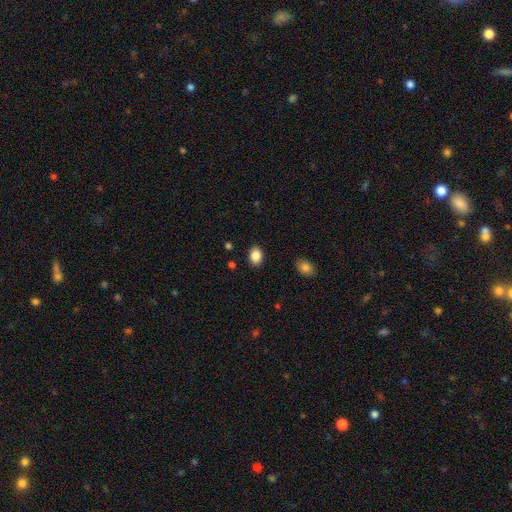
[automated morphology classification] A smooth galaxy with no disk features (87%) that is in between round and cigar-shaped (75%).

Vote fractions:
- Smooth or featured? smooth: 87% / star or artifact: 8% / featured or disk: 5%
- How rounded? in between: 75% / round: 24% / cigar-shaped: 1%
- Merging? none: 88% / minor disturbance: 8% / major disturbance: 2% / merger: 1%